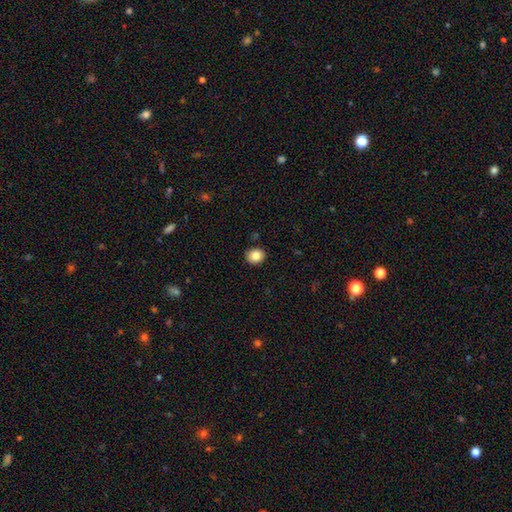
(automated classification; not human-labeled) smooth_or_featured: smooth (p=0.84) [alt: star or artifact p=0.09]
how_rounded: round (p=0.73) [alt: in between p=0.26]
merging: none (p=0.88) [alt: minor disturbance p=0.08]